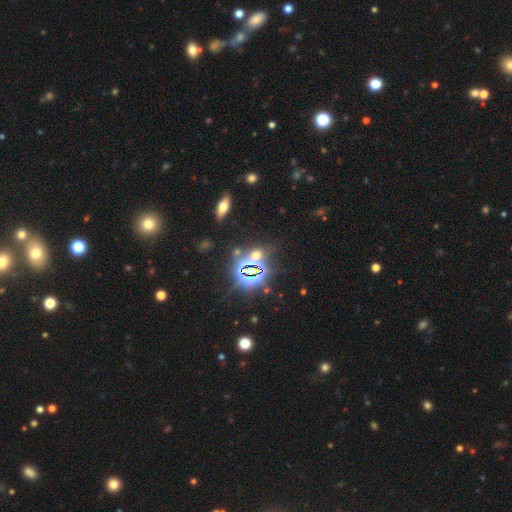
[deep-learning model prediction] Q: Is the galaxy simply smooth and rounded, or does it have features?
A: star or artifact — 66%.